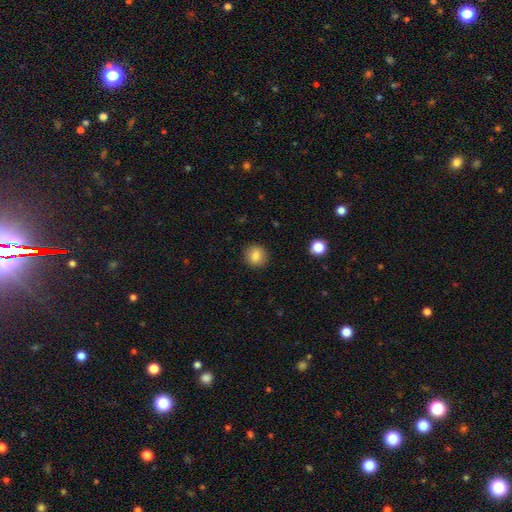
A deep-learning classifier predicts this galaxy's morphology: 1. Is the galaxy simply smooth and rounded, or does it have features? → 84% smooth, 9% star or artifact, 6% featured or disk.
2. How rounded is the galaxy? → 89% round, 10% in between, 1% cigar-shaped.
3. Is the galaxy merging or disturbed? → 90% none, 7% minor disturbance, 2% major disturbance, 1% merger.